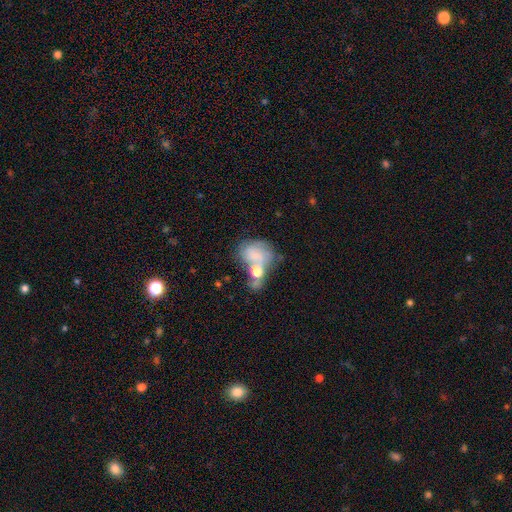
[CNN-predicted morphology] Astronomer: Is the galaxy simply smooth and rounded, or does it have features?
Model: smooth — 53% (runner-up: featured or disk, 35%).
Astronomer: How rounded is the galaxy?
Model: in between — 63%.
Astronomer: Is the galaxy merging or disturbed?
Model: merger — 39% (runner-up: none, 27%).